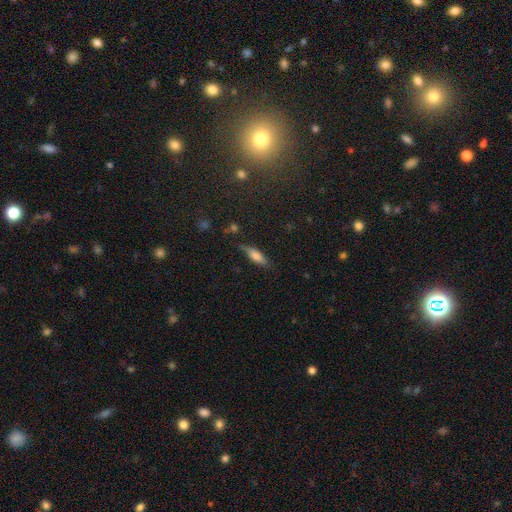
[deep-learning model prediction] smooth_or_featured: smooth (p=0.69) [alt: featured or disk p=0.23]
how_rounded: cigar-shaped (p=0.55) [alt: in between p=0.43]
merging: none (p=0.73) [alt: minor disturbance p=0.20]